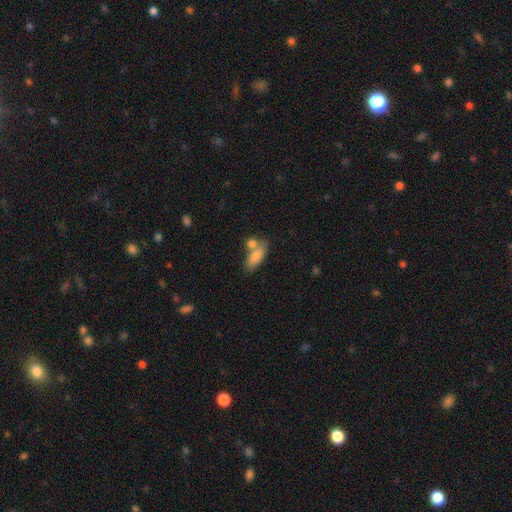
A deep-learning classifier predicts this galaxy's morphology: A smooth galaxy with no disk features (79%) that is in between round and cigar-shaped (76%). Merging: none (50%).